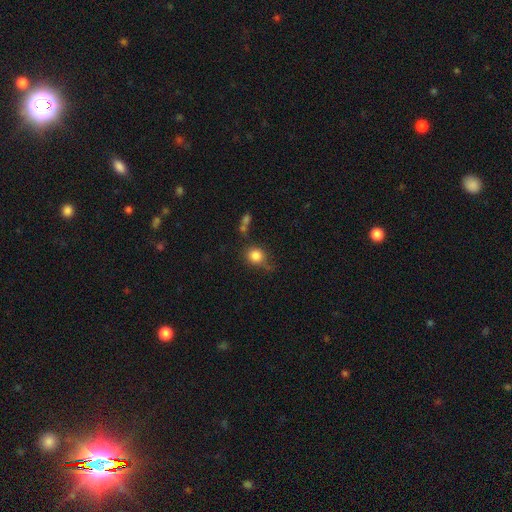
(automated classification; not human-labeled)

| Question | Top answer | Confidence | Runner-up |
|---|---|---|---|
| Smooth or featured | smooth | 82% | star or artifact (11%) |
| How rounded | round | 80% | in between (19%) |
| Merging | none | 61% | minor disturbance (23%) |